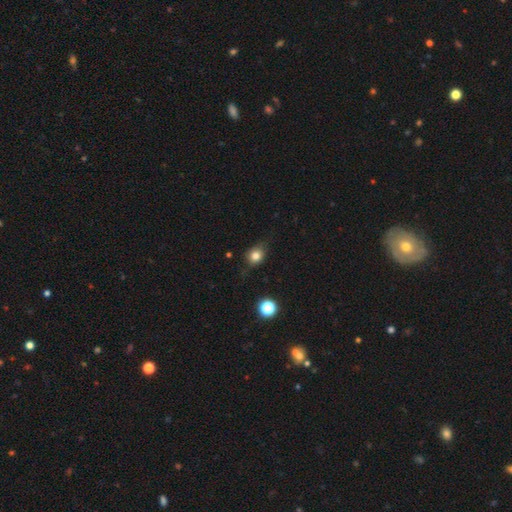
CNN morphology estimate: Smooth or featured? smooth (79%)
How rounded? round (60%)
Merging? none (70%)